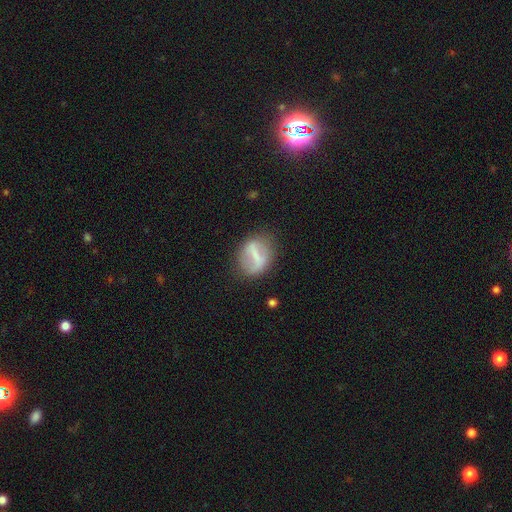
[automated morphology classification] A featured or disk galaxy (50%). Merging: none (69%).